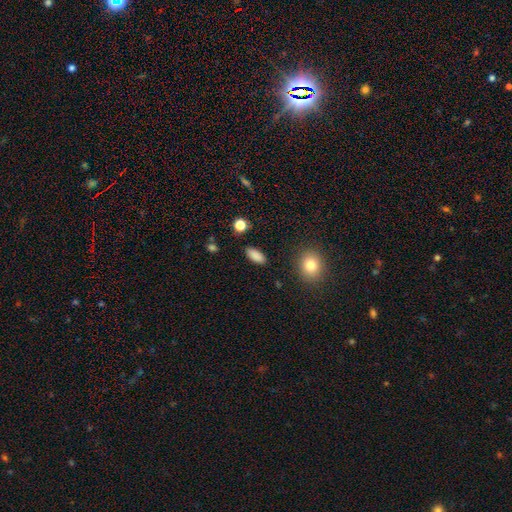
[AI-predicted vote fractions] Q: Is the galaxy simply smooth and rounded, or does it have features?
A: smooth — 88%.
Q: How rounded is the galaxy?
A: in between — 85%.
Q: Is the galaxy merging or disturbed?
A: none — 88%.